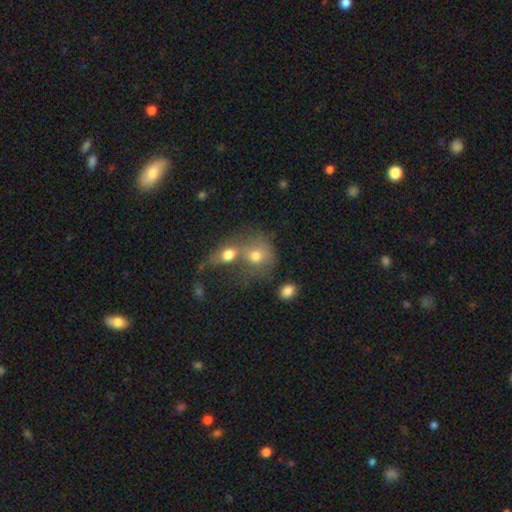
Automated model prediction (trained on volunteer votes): Smooth or featured? smooth (71%)
How rounded? round (65%)
Merging? merger (61%)